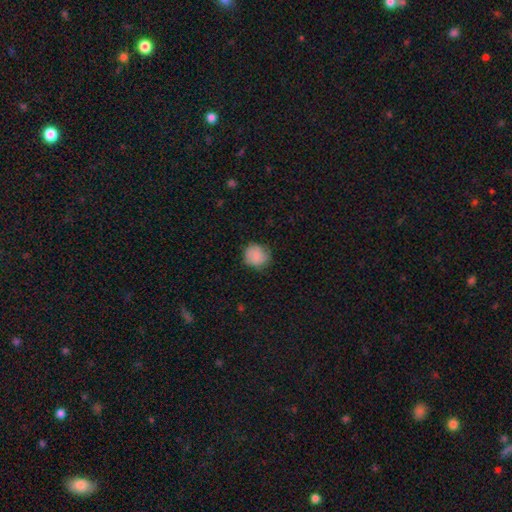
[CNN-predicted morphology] Smooth or featured?
  - smooth: 83% *
  - featured or disk: 9%
  - star or artifact: 8%
How rounded?
  - round: 83% *
  - in between: 16%
  - cigar-shaped: 1%
Merging?
  - none: 74% *
  - minor disturbance: 20%
  - major disturbance: 5%
  - merger: 1%